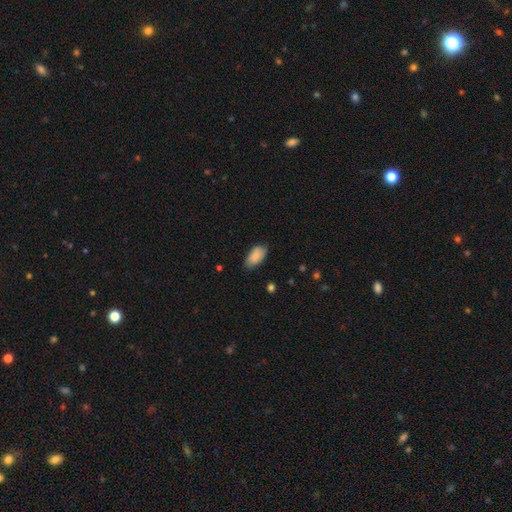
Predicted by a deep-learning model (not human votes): Smooth or featured? smooth (86%)
How rounded? in between (94%)
Merging? none (76%)